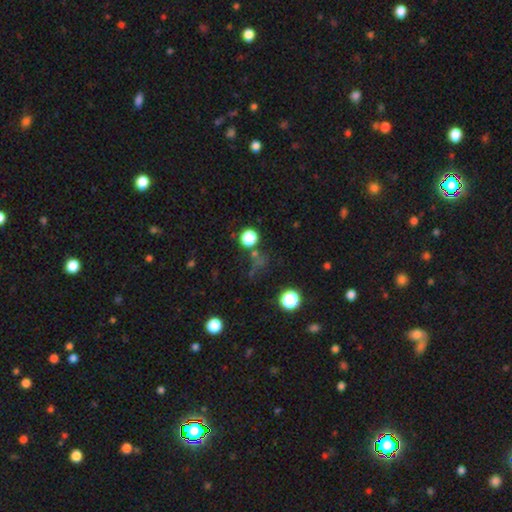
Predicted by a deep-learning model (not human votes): Smooth or featured?
  - star or artifact: 53% *
  - smooth: 39%
  - featured or disk: 8%